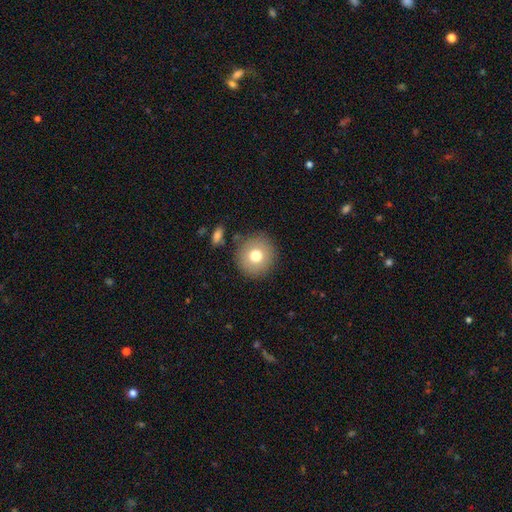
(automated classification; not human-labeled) Smooth or featured?
  - smooth: 75% *
  - featured or disk: 15%
  - star or artifact: 10%
How rounded?
  - round: 93% *
  - in between: 6%
  - cigar-shaped: 1%
Merging?
  - none: 87% *
  - minor disturbance: 8%
  - major disturbance: 3%
  - merger: 2%